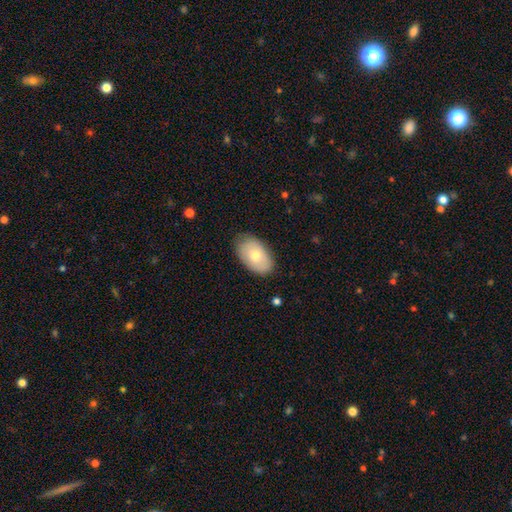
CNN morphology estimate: Overall: smooth (70%). How rounded: in between (91%). Merging: none (79%).